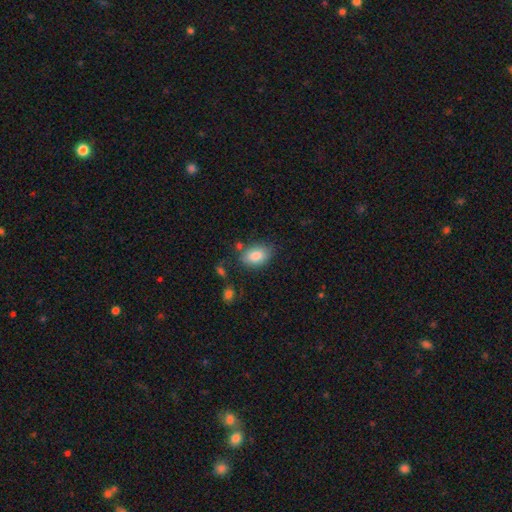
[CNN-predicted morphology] A smooth galaxy with no disk features (85%) that is in between round and cigar-shaped (85%).

Vote fractions:
- Smooth or featured? smooth: 85% / featured or disk: 8% / star or artifact: 7%
- How rounded? in between: 85% / round: 14% / cigar-shaped: 1%
- Merging? none: 71% / minor disturbance: 19% / merger: 5% / major disturbance: 5%